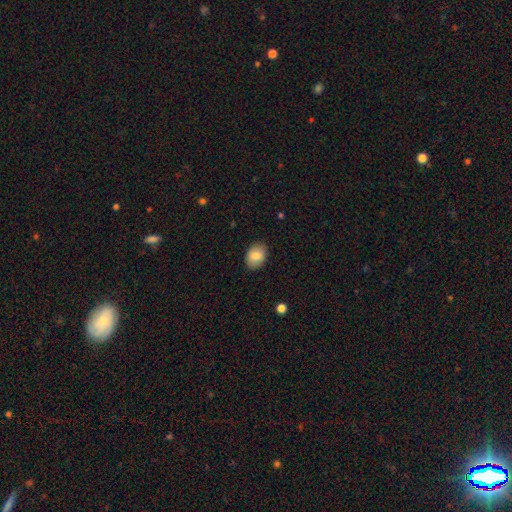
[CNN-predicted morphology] smooth_or_featured: smooth (p=0.81) [alt: featured or disk p=0.11]
how_rounded: in between (p=0.73) [alt: round p=0.26]
merging: none (p=0.87) [alt: minor disturbance p=0.10]